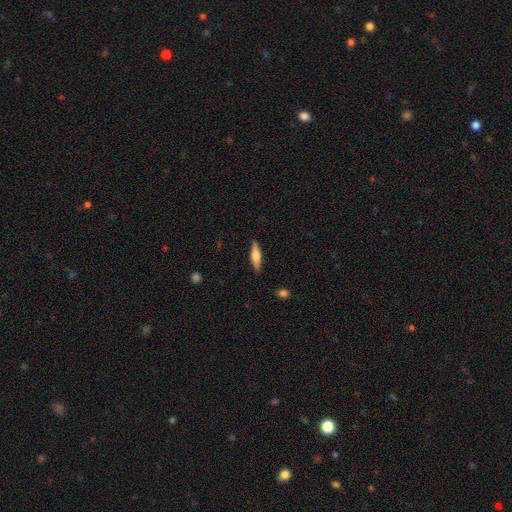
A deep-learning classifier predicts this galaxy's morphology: smooth-or-featured: smooth: 52% | featured or disk: 42% | star or artifact: 6%
  how-rounded: cigar-shaped: 75% | in between: 23% | round: 2%
  merging: none: 88% | minor disturbance: 9% | major disturbance: 2% | merger: 1%